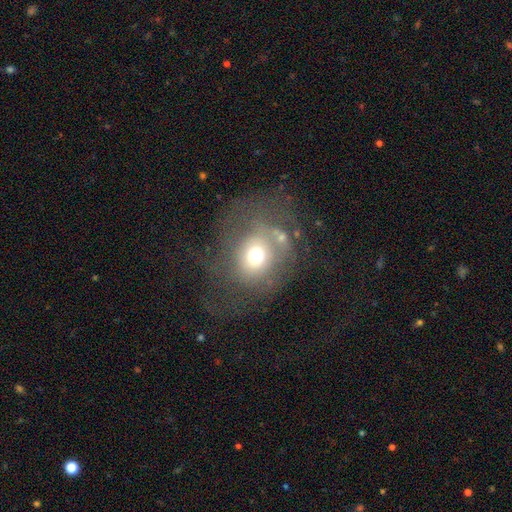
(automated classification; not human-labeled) smooth_or_featured: smooth (p=0.57) [alt: featured or disk p=0.27]
how_rounded: round (p=0.77) [alt: in between p=0.22]
merging: none (p=0.49) [alt: major disturbance p=0.27]